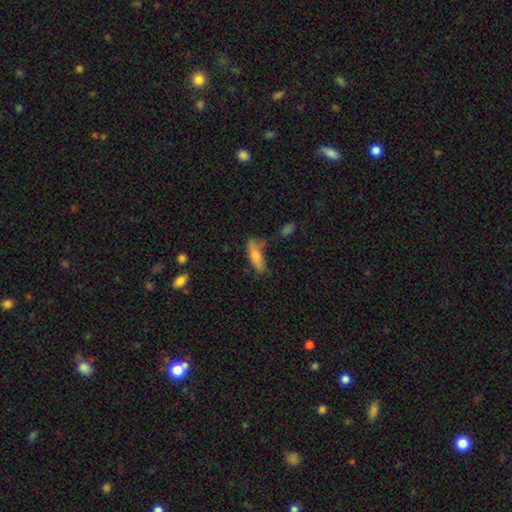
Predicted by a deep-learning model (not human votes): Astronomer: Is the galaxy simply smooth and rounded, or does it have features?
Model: smooth — 79%.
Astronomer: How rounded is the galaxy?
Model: in between — 56% (runner-up: cigar-shaped, 42%).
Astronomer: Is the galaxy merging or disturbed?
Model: none — 57%.